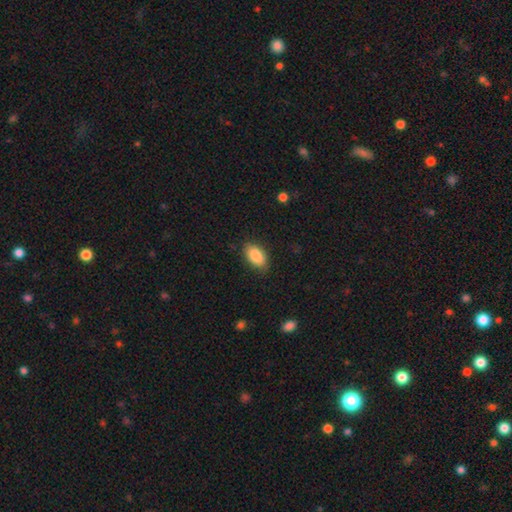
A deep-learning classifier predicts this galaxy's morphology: Smooth or featured? Predicted: smooth (p=0.88). How rounded? Predicted: in between (p=0.92). Merging? Predicted: none (p=0.83).